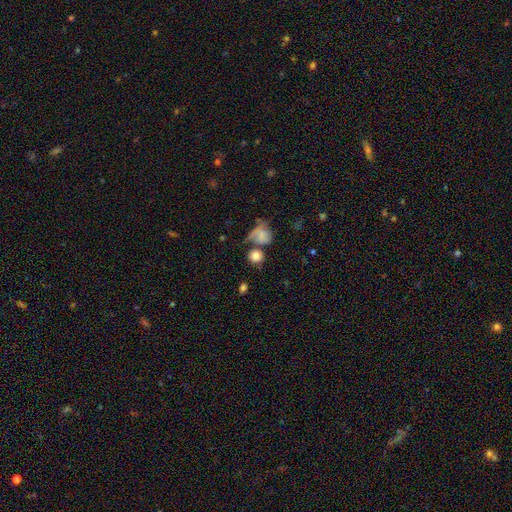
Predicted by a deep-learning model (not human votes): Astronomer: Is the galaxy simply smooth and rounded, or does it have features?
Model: smooth — 78%.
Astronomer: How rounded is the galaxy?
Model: round — 86%.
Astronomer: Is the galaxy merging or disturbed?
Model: none — 54%.